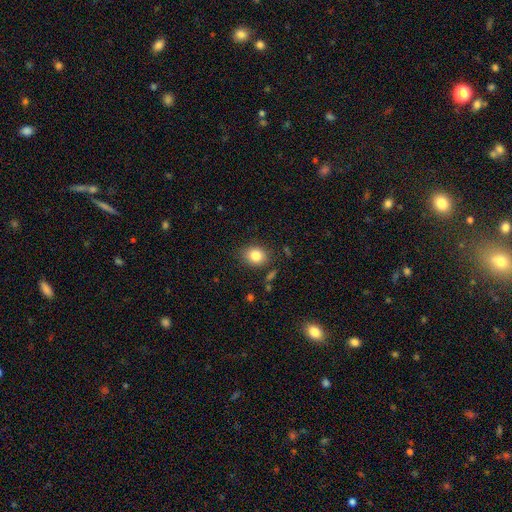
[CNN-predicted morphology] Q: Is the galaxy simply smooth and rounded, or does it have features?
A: smooth — 83%.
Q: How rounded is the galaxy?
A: round — 59%.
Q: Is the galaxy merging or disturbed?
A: none — 84%.